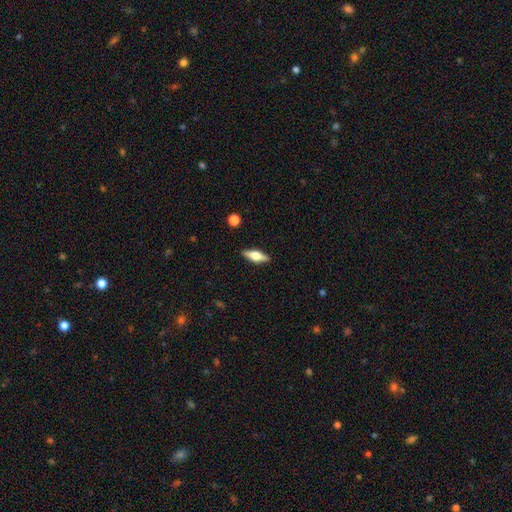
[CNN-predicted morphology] Overall: featured or disk (49%; smooth 45%). Merging: none (89%).